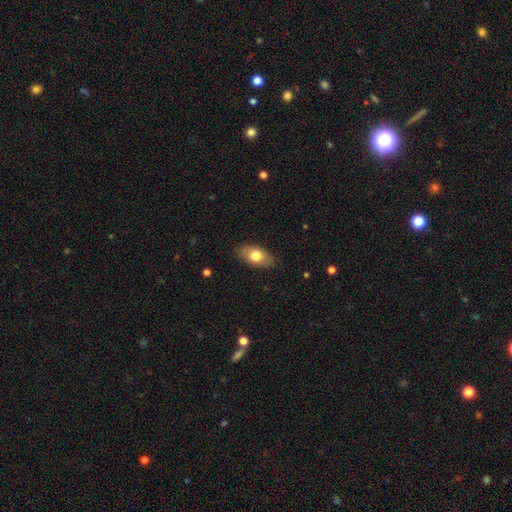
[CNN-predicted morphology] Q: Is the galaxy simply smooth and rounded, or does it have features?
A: smooth — 74%.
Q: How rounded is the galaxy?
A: in between — 89%.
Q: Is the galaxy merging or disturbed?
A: none — 86%.